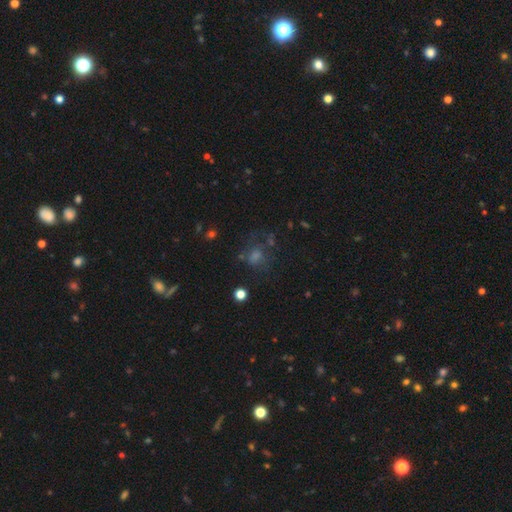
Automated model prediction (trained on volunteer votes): Morphology: type=smooth (44%); merging=none (58%).